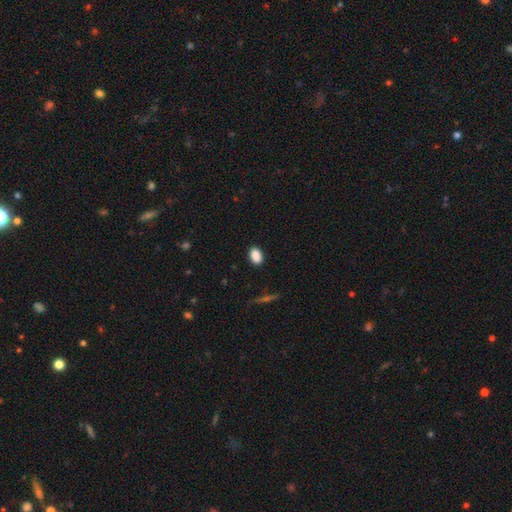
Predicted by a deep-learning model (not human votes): smooth_or_featured: smooth (p=0.88) [alt: star or artifact p=0.08]
how_rounded: in between (p=0.85) [alt: round p=0.13]
merging: none (p=0.88) [alt: minor disturbance p=0.09]